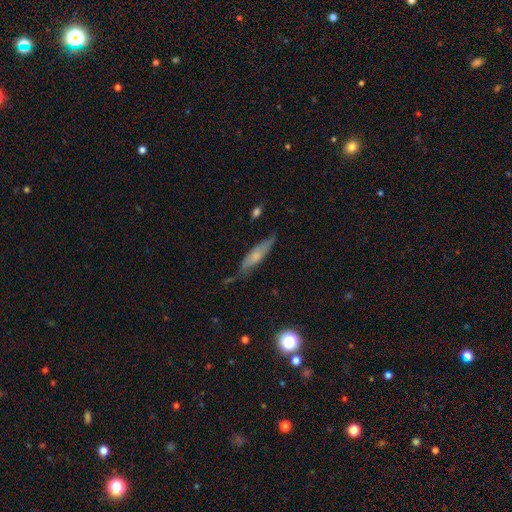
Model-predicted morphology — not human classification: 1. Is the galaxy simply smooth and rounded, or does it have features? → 53% smooth, 39% featured or disk, 7% star or artifact.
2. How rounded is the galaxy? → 73% cigar-shaped, 24% in between, 2% round.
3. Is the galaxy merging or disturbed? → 66% none, 25% minor disturbance, 6% major disturbance, 3% merger.